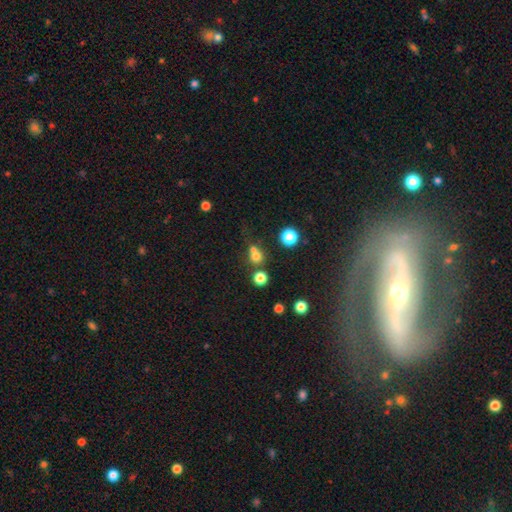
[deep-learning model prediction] Smooth or featured? smooth (70%)
How rounded? round (87%)
Merging? none (51%)